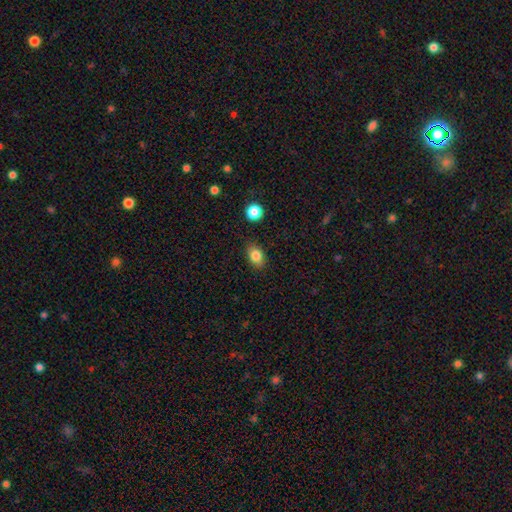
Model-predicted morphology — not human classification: Smooth or featured: smooth — 83% (star or artifact — 10%)
How rounded: in between — 75% (round — 23%)
Merging: none — 85% (minor disturbance — 11%)